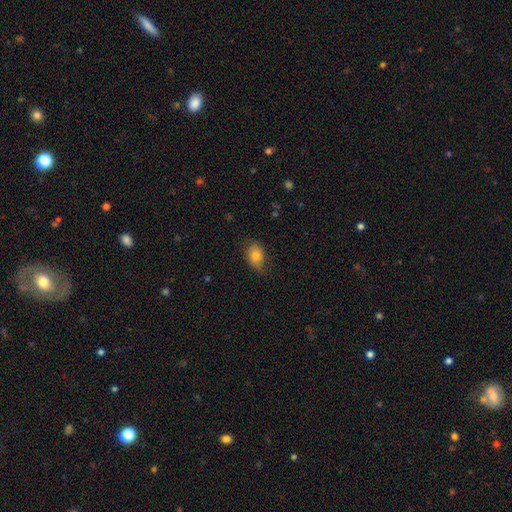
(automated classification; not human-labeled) Smooth or featured?
  - smooth: 79% *
  - featured or disk: 13%
  - star or artifact: 9%
How rounded?
  - in between: 79% *
  - round: 19%
  - cigar-shaped: 1%
Merging?
  - none: 71% *
  - minor disturbance: 23%
  - major disturbance: 5%
  - merger: 1%